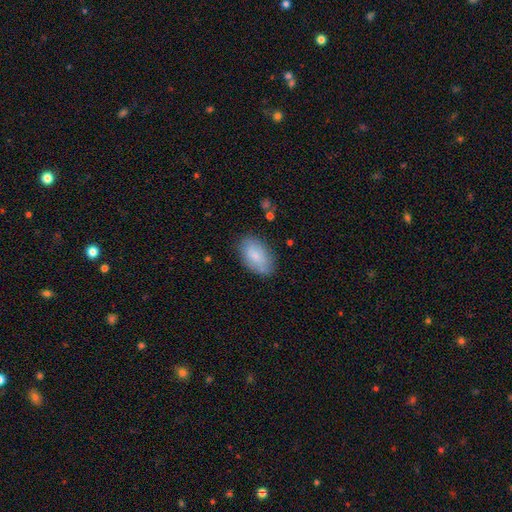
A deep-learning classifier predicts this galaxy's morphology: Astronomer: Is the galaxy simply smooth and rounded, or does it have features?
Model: smooth — 79%.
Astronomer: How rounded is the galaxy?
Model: in between — 94%.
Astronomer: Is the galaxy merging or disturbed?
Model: none — 78%.